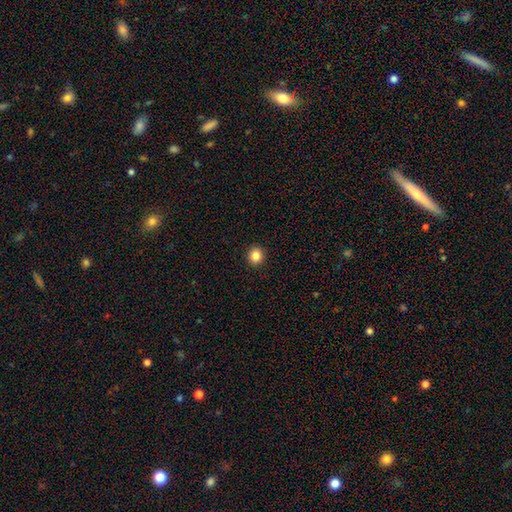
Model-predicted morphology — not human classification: The model was most divided on "how rounded": round: 83%, in between: 16%, cigar-shaped: 1%. More confident: merging — none (93%); smooth or featured — smooth (85%).